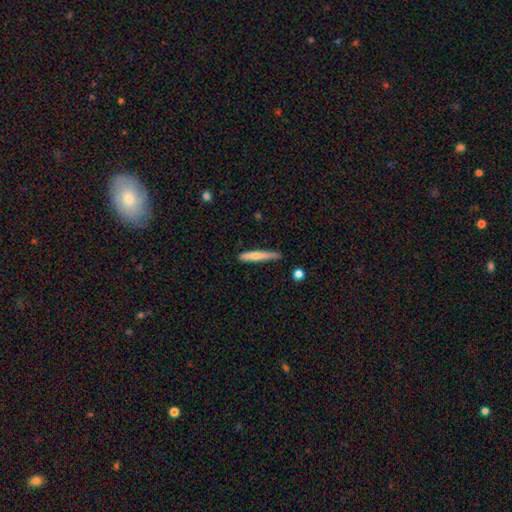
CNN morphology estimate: This appears to be a smooth galaxy with no disk features (67%) that is cigar-shaped (93%). Merging: none (73%).